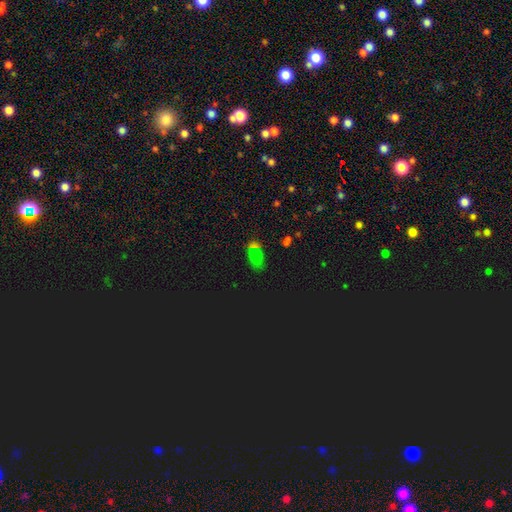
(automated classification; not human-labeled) A star or artifact, not a galaxy (48%).

Vote fractions:
- Smooth or featured? star or artifact: 48% / smooth: 43% / featured or disk: 8%